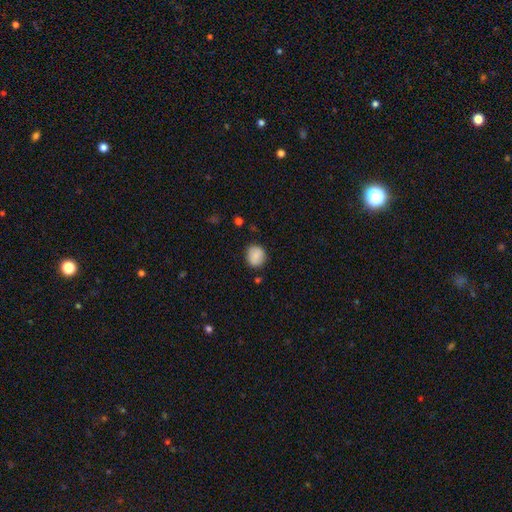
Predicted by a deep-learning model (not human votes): Smooth or featured?
  - smooth: 84% *
  - featured or disk: 9%
  - star or artifact: 8%
How rounded?
  - round: 79% *
  - in between: 20%
  - cigar-shaped: 1%
Merging?
  - none: 82% *
  - minor disturbance: 13%
  - major disturbance: 3%
  - merger: 2%